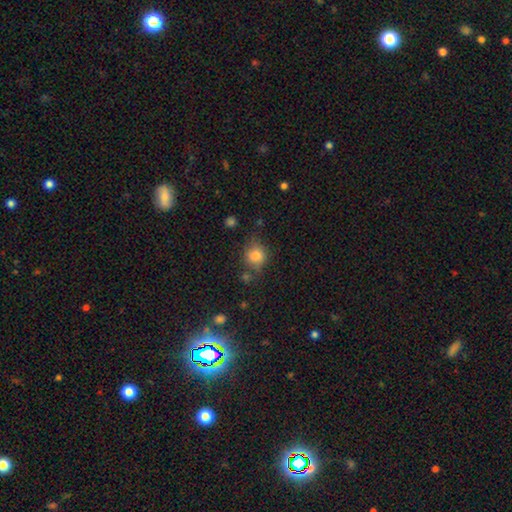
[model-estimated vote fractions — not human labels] A smooth galaxy with no disk features (82%) that is round (79%).

Vote fractions:
- Smooth or featured? smooth: 82% / star or artifact: 11% / featured or disk: 7%
- How rounded? round: 79% / in between: 20% / cigar-shaped: 1%
- Merging? none: 68% / minor disturbance: 20% / major disturbance: 6% / merger: 6%